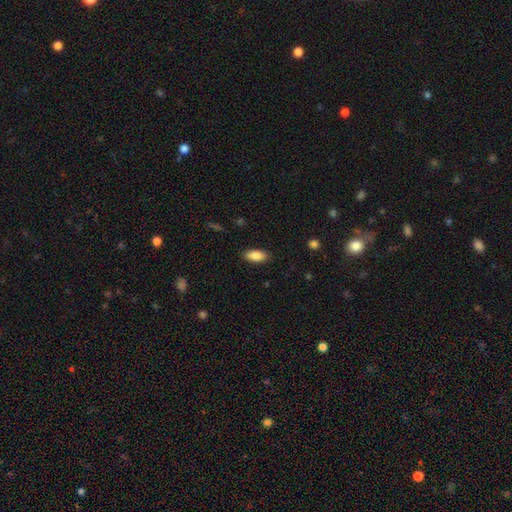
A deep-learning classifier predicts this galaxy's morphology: A smooth galaxy with no disk features (89%) that is in between round and cigar-shaped (89%). Merging: none (88%).